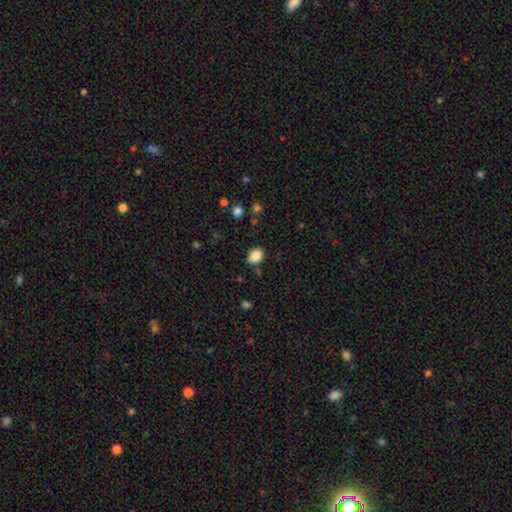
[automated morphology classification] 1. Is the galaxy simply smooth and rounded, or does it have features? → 87% smooth, 9% star or artifact, 4% featured or disk.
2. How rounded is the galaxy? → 62% in between, 37% round, 1% cigar-shaped.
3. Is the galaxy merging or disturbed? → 85% none, 10% minor disturbance, 3% major disturbance, 2% merger.